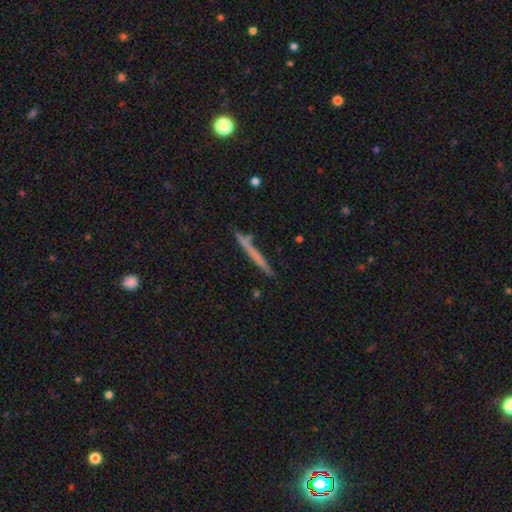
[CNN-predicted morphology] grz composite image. It shows a smooth galaxy with no disk features (51%) that is cigar-shaped (96%). Merging: none (82%).